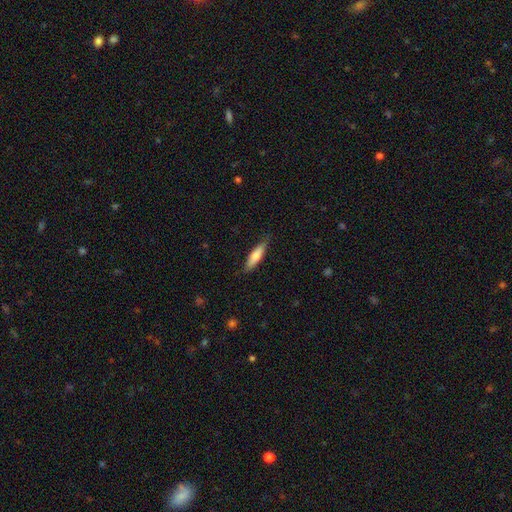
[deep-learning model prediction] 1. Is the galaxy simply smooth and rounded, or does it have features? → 73% smooth, 22% featured or disk, 5% star or artifact.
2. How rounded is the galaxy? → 72% cigar-shaped, 27% in between, 2% round.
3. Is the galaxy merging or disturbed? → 82% none, 15% minor disturbance, 2% major disturbance, 1% merger.